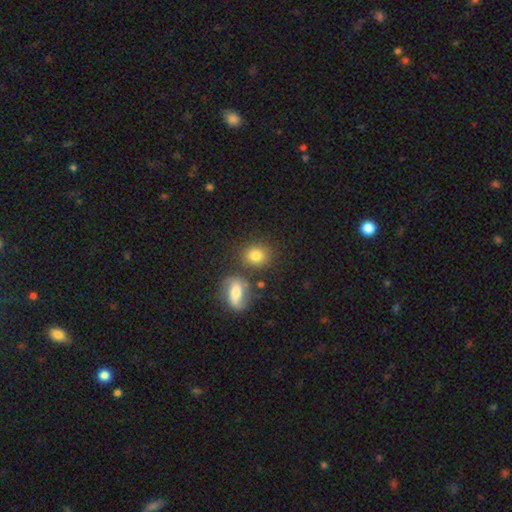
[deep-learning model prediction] Overall: smooth (80%). How rounded: round (64%; in between 34%). Merging: none (71%).